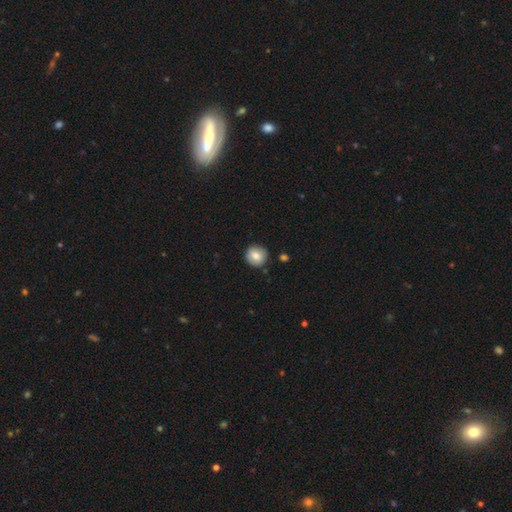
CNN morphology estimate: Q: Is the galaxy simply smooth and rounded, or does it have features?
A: smooth — 80%.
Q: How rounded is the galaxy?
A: round — 92%.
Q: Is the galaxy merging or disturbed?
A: none — 88%.